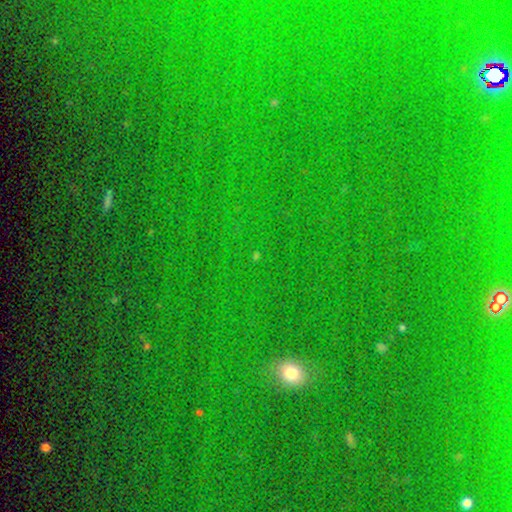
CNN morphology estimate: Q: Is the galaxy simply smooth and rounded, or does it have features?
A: star or artifact — 57%.